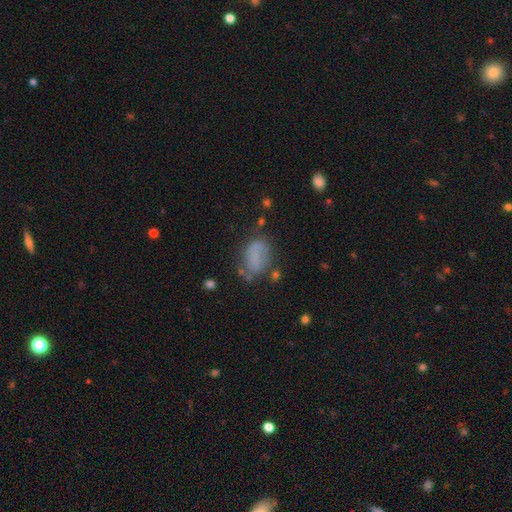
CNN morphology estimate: smooth_or_featured: smooth (p=0.62) [alt: featured or disk p=0.25]
how_rounded: in between (p=0.81) [alt: round p=0.16]
merging: none (p=0.52) [alt: minor disturbance p=0.27]